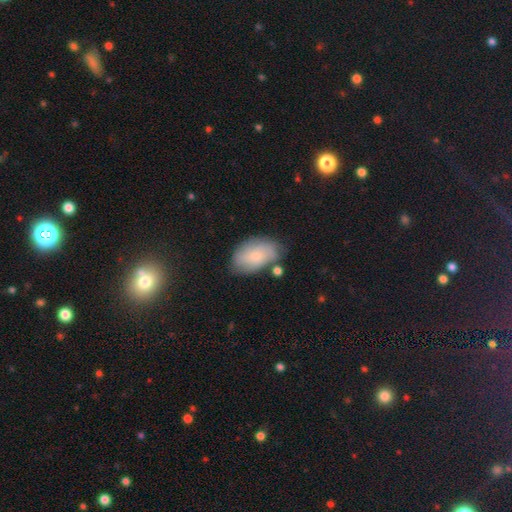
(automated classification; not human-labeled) Smooth or featured? smooth (63%)
How rounded? in between (92%)
Merging? none (64%)